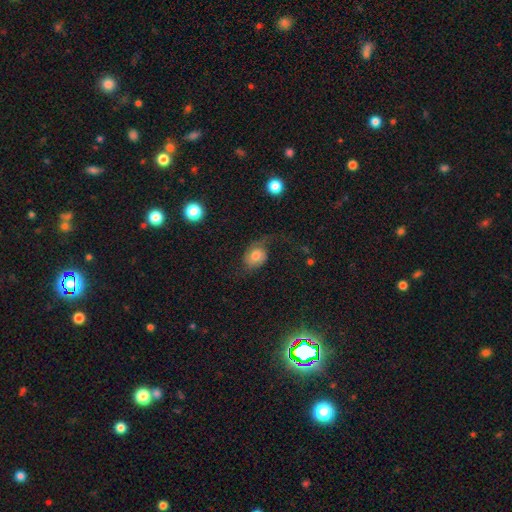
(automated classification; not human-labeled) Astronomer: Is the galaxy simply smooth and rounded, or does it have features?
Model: smooth — 46% (runner-up: featured or disk, 44%).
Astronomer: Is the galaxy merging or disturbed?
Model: none — 45% (runner-up: major disturbance, 31%).